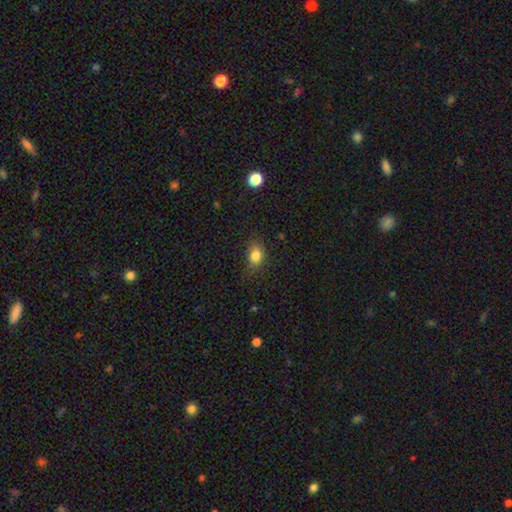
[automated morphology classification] Smooth or featured? Predicted: smooth (p=0.82). How rounded? Predicted: in between (p=0.61). Merging? Predicted: none (p=0.77).